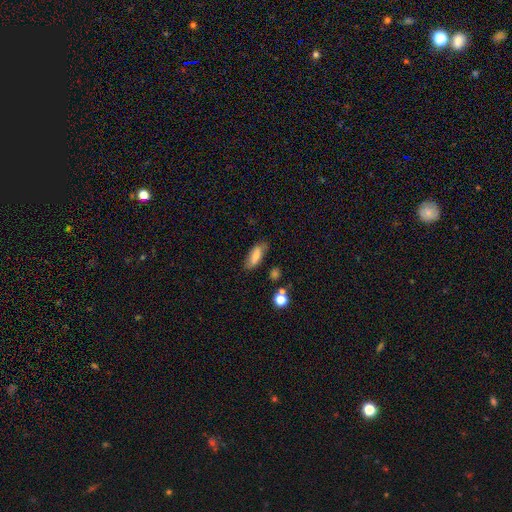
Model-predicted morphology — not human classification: Smooth or featured? smooth (77%)
How rounded? in between (71%)
Merging? none (73%)